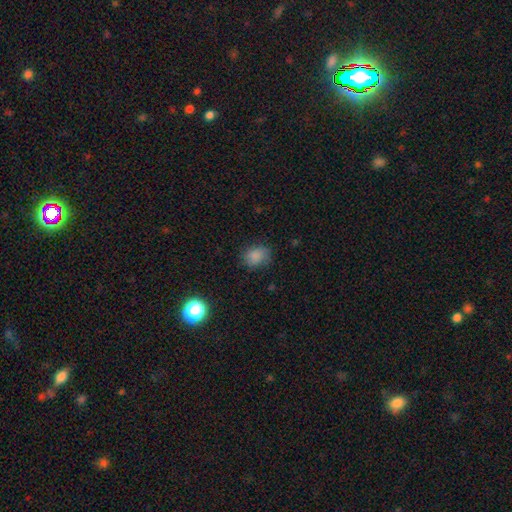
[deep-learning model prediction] Morphology: type=smooth (84%); roundness=in between (56%); merging=none (74%).